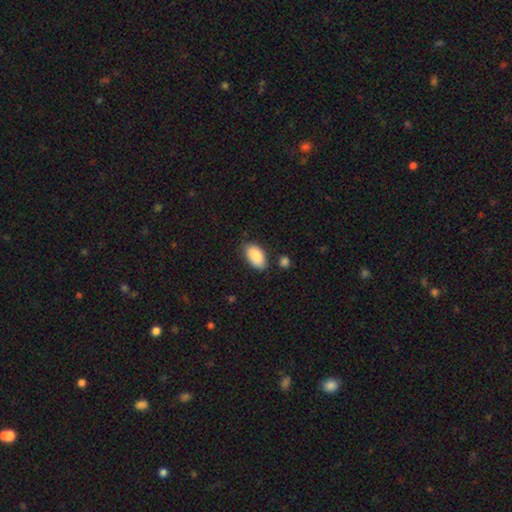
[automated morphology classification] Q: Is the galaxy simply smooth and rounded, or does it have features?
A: smooth — 88%.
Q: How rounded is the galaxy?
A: in between — 94%.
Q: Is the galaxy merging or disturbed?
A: none — 78%.